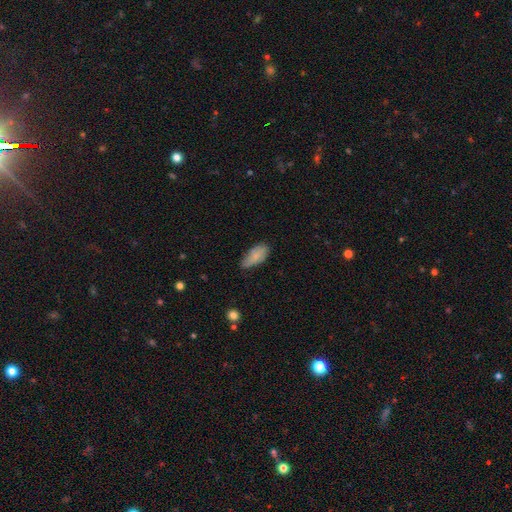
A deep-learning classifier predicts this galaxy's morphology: Smooth or featured: smooth — 77% (featured or disk — 16%)
How rounded: in between — 90% (cigar-shaped — 8%)
Merging: none — 61% (minor disturbance — 31%)